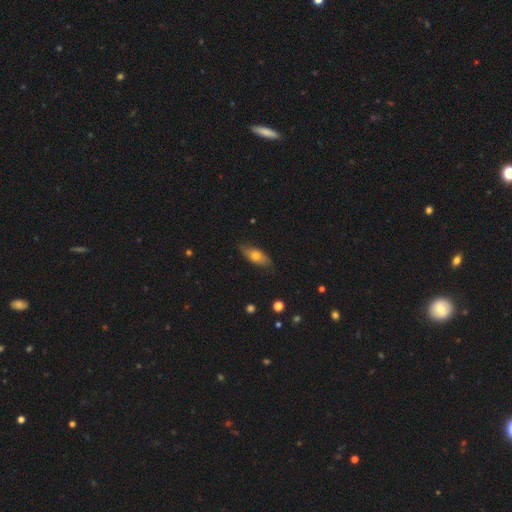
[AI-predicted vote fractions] smooth-or-featured: smooth: 61% | featured or disk: 32% | star or artifact: 7%
  how-rounded: in between: 77% | cigar-shaped: 19% | round: 4%
  merging: none: 74% | minor disturbance: 21% | major disturbance: 4% | merger: 1%